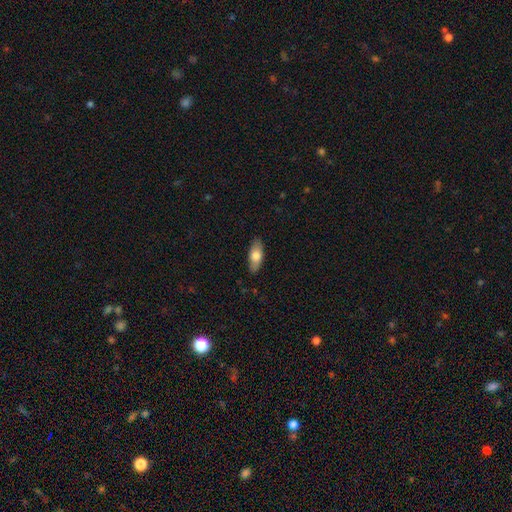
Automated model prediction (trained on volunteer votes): smooth_or_featured: smooth (p=0.73) [alt: featured or disk p=0.21]
how_rounded: in between (p=0.79) [alt: cigar-shaped p=0.18]
merging: none (p=0.85) [alt: minor disturbance p=0.12]